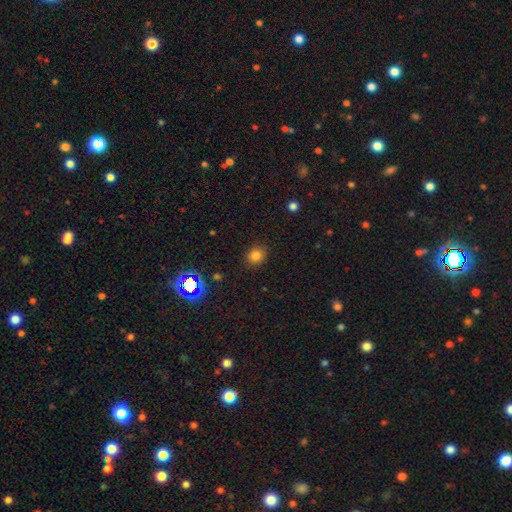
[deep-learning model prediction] Smooth or featured? smooth (80%)
How rounded? round (74%)
Merging? none (87%)